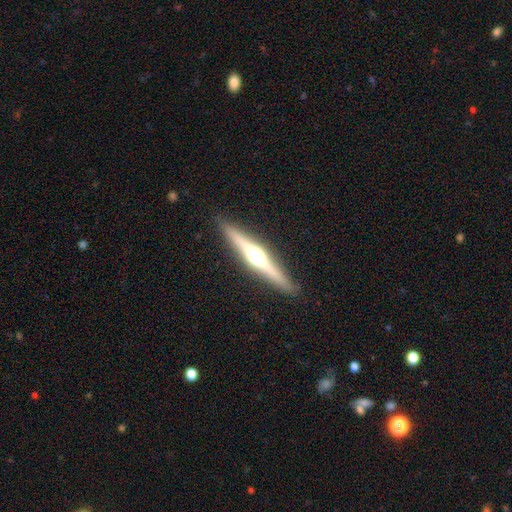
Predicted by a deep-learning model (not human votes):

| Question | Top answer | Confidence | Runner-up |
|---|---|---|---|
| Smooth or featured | featured or disk | 76% | smooth (19%) |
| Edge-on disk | yes | 98% | no (2%) |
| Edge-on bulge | rounded | 94% | boxy (3%) |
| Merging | none | 91% | minor disturbance (6%) |